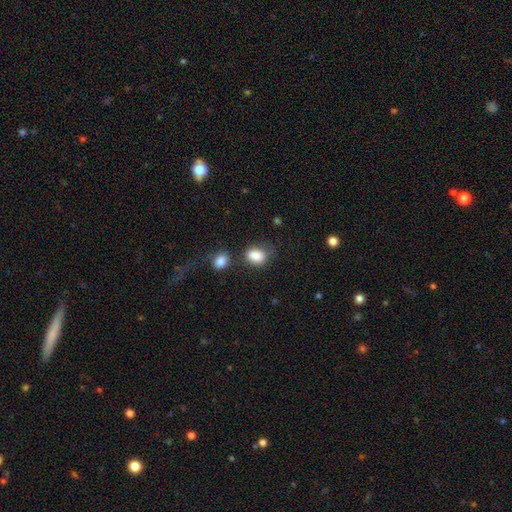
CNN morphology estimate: This is clearly a smooth galaxy (86%). How rounded: likely in between (72%). Merging: possibly none (55%).